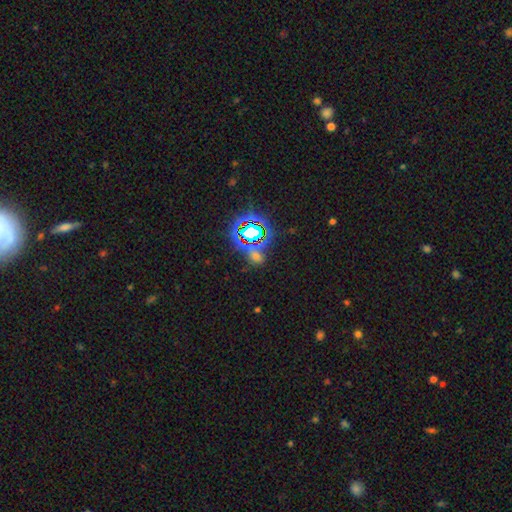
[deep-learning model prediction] Smooth or featured? Predicted: star or artifact (p=0.61).